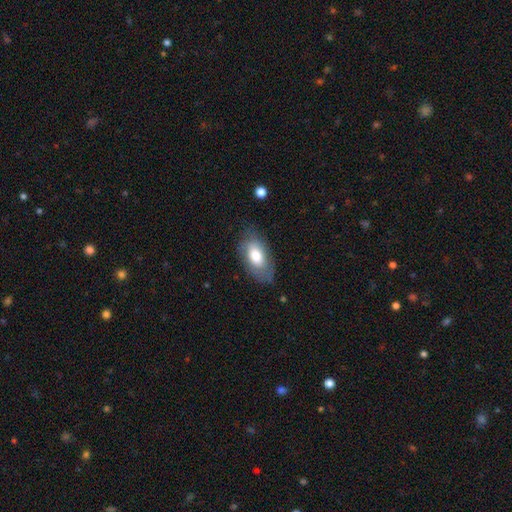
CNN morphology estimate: Smooth or featured: smooth — 72% (featured or disk — 22%)
How rounded: in between — 93% (round — 4%)
Merging: none — 72% (minor disturbance — 20%)